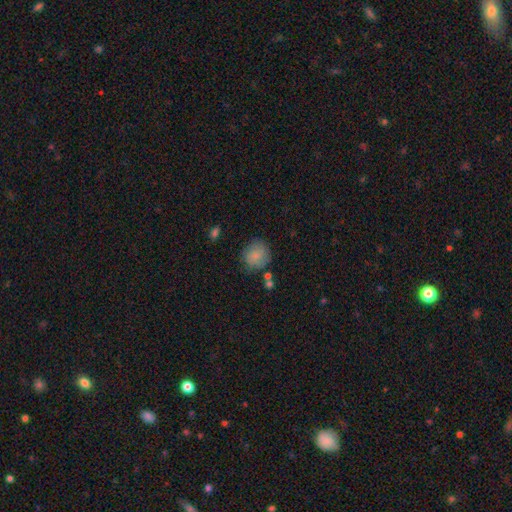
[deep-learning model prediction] smooth_or_featured: smooth (p=0.81) [alt: featured or disk p=0.11]
how_rounded: round (p=0.82) [alt: in between p=0.17]
merging: none (p=0.73) [alt: minor disturbance p=0.18]